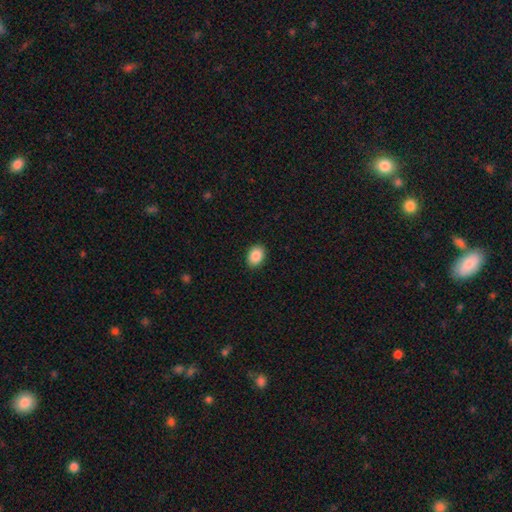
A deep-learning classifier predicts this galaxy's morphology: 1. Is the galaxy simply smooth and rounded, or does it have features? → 88% smooth, 8% star or artifact, 4% featured or disk.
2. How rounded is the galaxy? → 72% in between, 27% round, 1% cigar-shaped.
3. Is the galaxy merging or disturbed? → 90% none, 7% minor disturbance, 2% major disturbance, 1% merger.